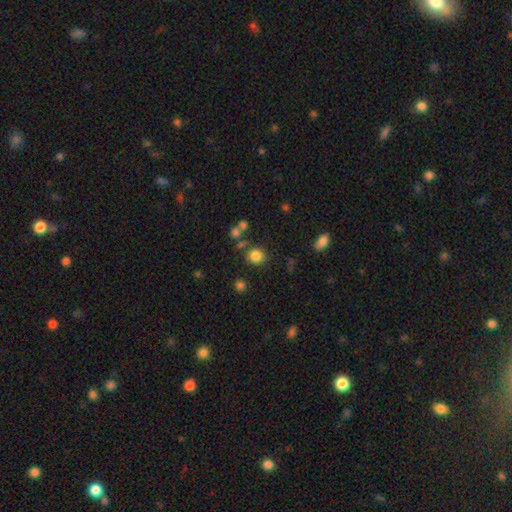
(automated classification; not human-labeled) smooth 82%, star or artifact 13%, featured or disk 6%. Down the decision tree: how rounded — round (81%); merging — none (80%).